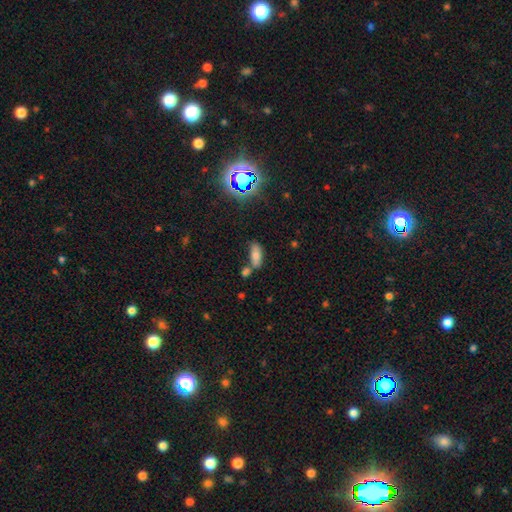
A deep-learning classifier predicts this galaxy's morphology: Smooth or featured?
  - smooth: 70% *
  - star or artifact: 15%
  - featured or disk: 15%
How rounded?
  - in between: 80% *
  - cigar-shaped: 16%
  - round: 4%
Merging?
  - none: 48% *
  - merger: 30%
  - minor disturbance: 16%
  - major disturbance: 6%